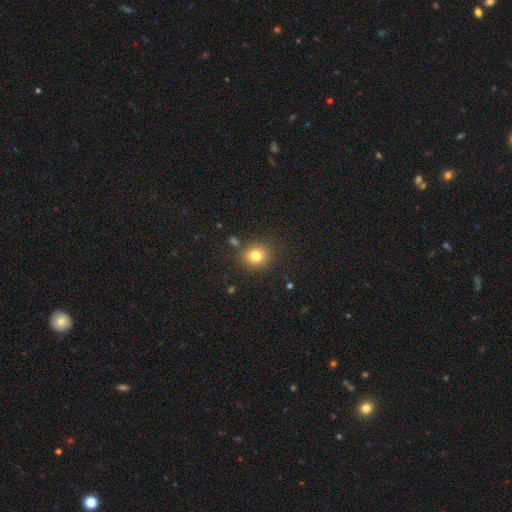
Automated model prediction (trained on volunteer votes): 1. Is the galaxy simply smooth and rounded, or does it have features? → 79% smooth, 13% star or artifact, 8% featured or disk.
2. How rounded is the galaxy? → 83% round, 16% in between, 1% cigar-shaped.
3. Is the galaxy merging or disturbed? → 85% none, 8% minor disturbance, 4% merger, 3% major disturbance.